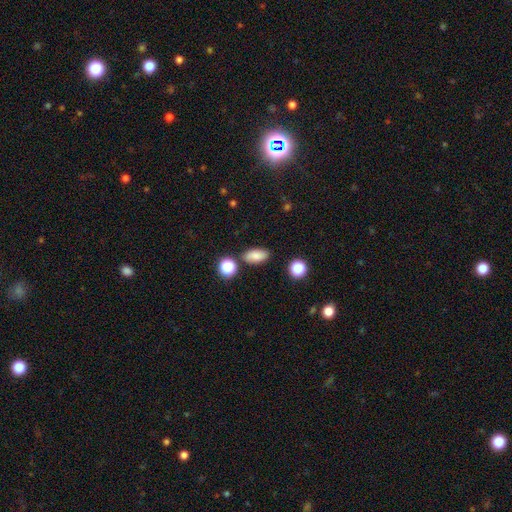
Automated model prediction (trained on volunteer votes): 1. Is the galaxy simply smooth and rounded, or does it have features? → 78% smooth, 11% star or artifact, 10% featured or disk.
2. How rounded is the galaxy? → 87% in between, 8% round, 4% cigar-shaped.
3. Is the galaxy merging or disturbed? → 80% none, 12% minor disturbance, 5% merger, 3% major disturbance.